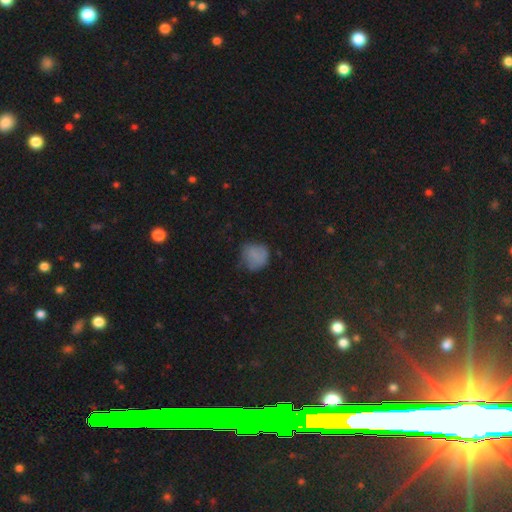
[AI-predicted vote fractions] This is likely a smooth galaxy (75%). How rounded: likely round (80%). Merging: possibly none (54%).